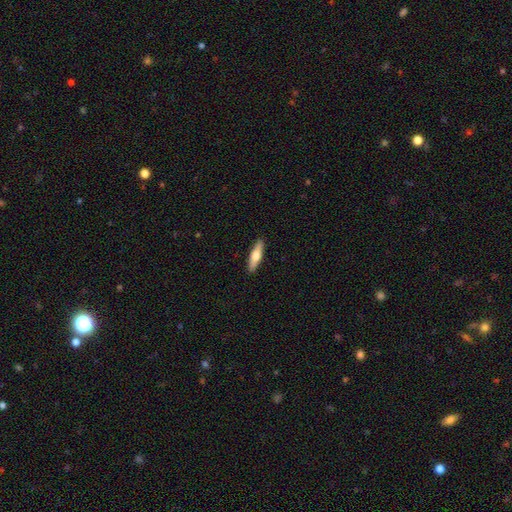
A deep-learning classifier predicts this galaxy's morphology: Smooth or featured? smooth (54%)
How rounded? cigar-shaped (73%)
Merging? none (91%)